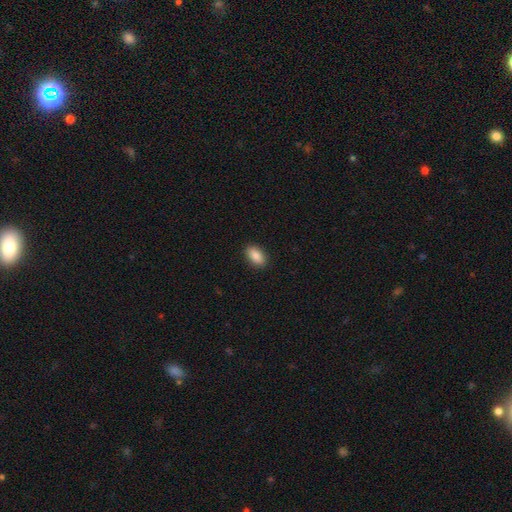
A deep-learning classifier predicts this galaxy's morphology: Smooth or featured? smooth (88%)
How rounded? in between (92%)
Merging? none (90%)